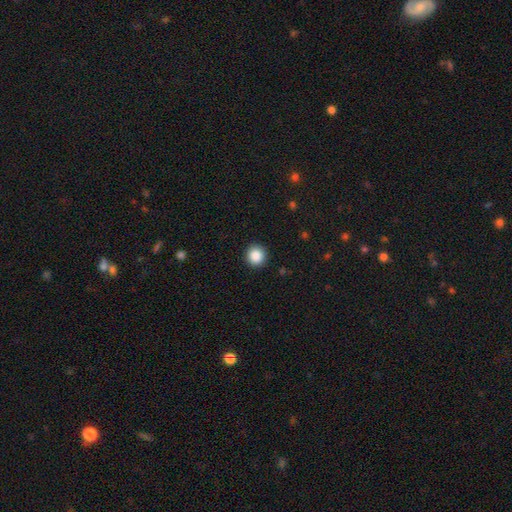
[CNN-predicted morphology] Smooth or featured: smooth — 87% (star or artifact — 9%)
How rounded: round — 94% (in between — 5%)
Merging: none — 92% (minor disturbance — 5%)